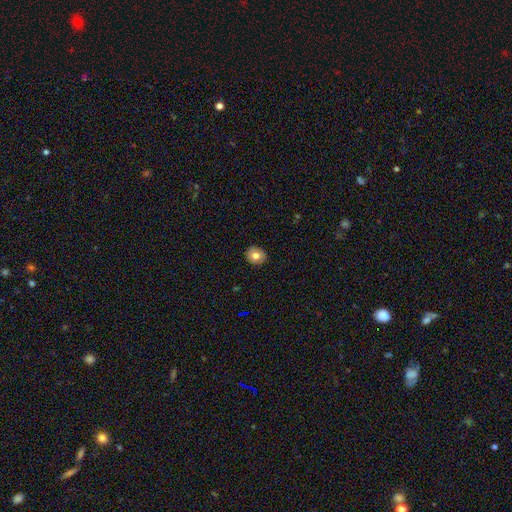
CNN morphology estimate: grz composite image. It shows a smooth galaxy with no disk features (73%) that is round (72%). Merging: none (89%).